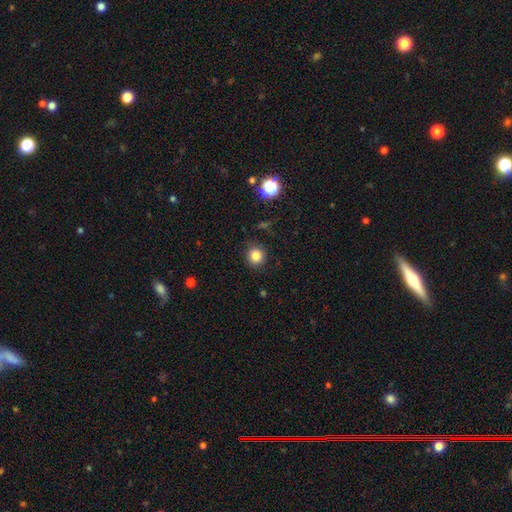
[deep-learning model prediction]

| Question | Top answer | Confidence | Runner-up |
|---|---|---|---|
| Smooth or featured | smooth | 83% | star or artifact (12%) |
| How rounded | round | 92% | in between (7%) |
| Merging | none | 88% | minor disturbance (8%) |